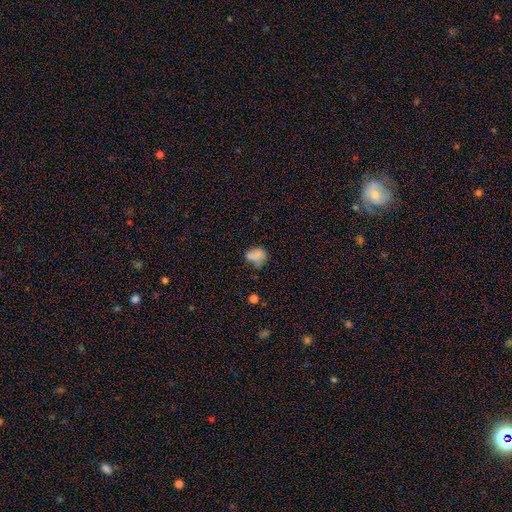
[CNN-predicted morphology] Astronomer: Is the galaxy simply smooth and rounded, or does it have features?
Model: smooth — 72%.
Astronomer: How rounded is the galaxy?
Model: in between — 51% (runner-up: round, 47%).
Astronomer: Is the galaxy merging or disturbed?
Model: none — 37% (runner-up: minor disturbance, 26%).